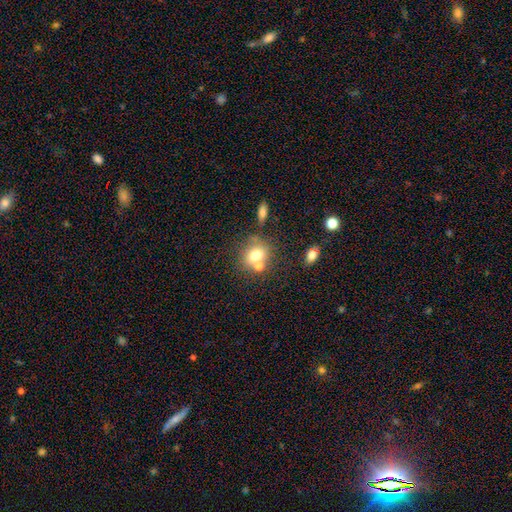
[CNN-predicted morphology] Q: Smooth or featured?
A: smooth (70%); runner-up: featured or disk (18%)
Q: How rounded?
A: round (64%); runner-up: in between (35%)
Q: Merging?
A: none (46%); runner-up: merger (37%)